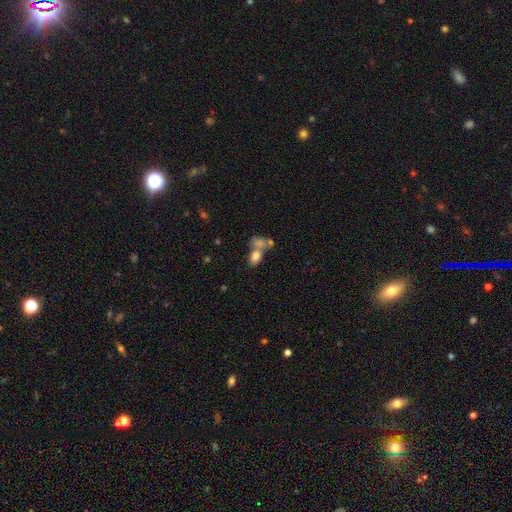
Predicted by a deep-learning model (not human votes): smooth_or_featured: smooth (p=0.77) [alt: featured or disk p=0.13]
how_rounded: in between (p=0.86) [alt: round p=0.11]
merging: merger (p=0.47) [alt: none p=0.36]